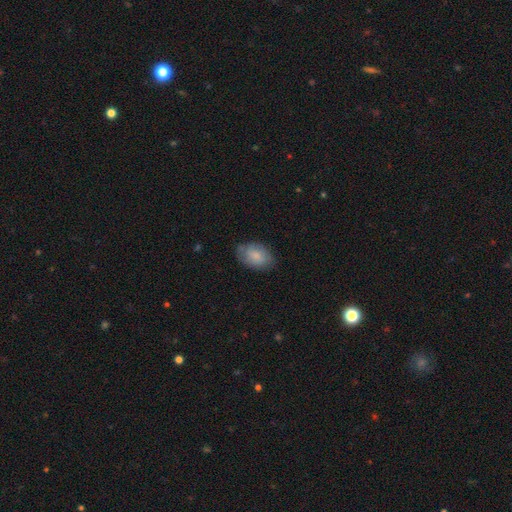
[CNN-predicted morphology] smooth-or-featured: smooth: 82% | featured or disk: 12% | star or artifact: 6%
  how-rounded: in between: 90% | round: 8% | cigar-shaped: 1%
  merging: none: 74% | minor disturbance: 21% | major disturbance: 4% | merger: 1%